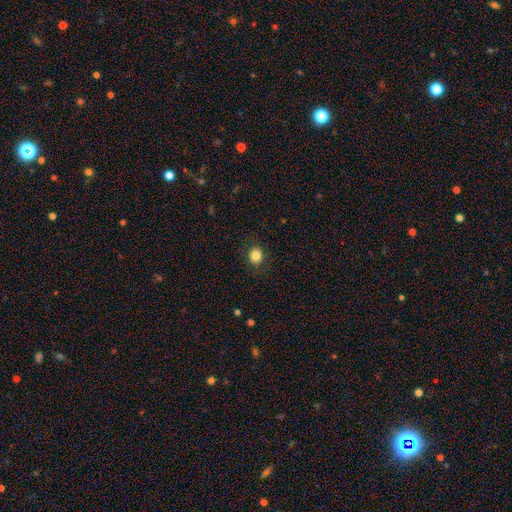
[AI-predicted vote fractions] smooth_or_featured: smooth (p=0.83) [alt: star or artifact p=0.11]
how_rounded: round (p=0.80) [alt: in between p=0.19]
merging: none (p=0.88) [alt: minor disturbance p=0.08]